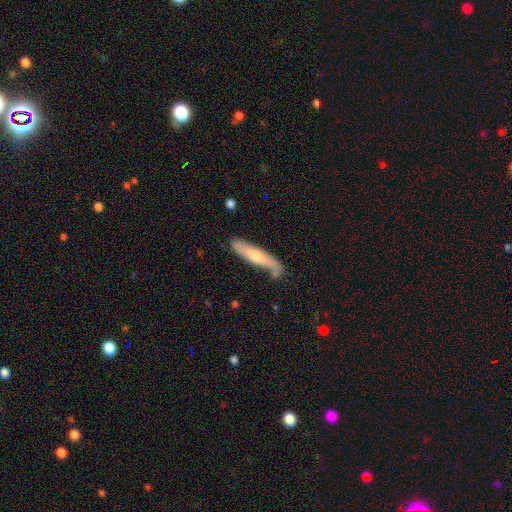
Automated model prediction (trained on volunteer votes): A smooth galaxy with no disk features (49%).

Vote fractions:
- Smooth or featured? smooth: 49% / featured or disk: 46% / star or artifact: 6%
- Merging? none: 68% / minor disturbance: 22% / major disturbance: 5% / merger: 5%